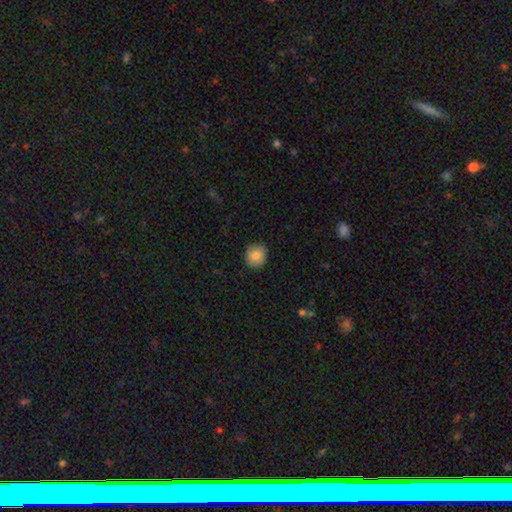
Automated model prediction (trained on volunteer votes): Overall: smooth (83%). How rounded: round (84%). Merging: none (86%).